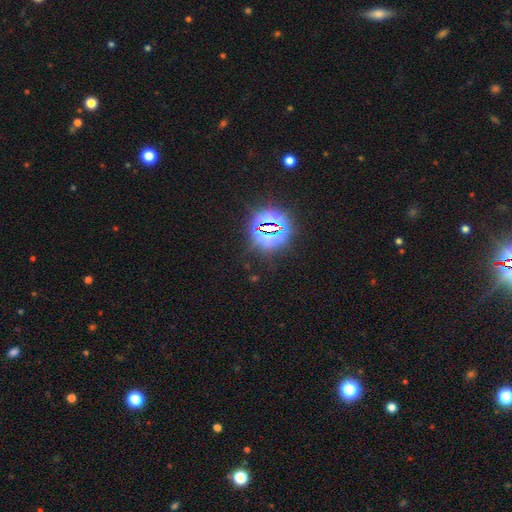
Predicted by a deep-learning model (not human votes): smooth_or_featured: star or artifact (p=0.82) [alt: smooth p=0.11]